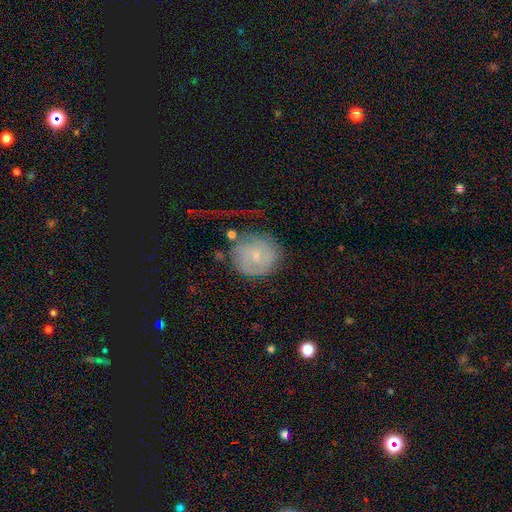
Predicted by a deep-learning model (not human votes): Smooth or featured? featured or disk (57%)
Edge-on disk? no (97%)
Bar? no (55%)
Spiral arms? yes (80%)
Bulge size? small (72%)
Merging? none (57%)